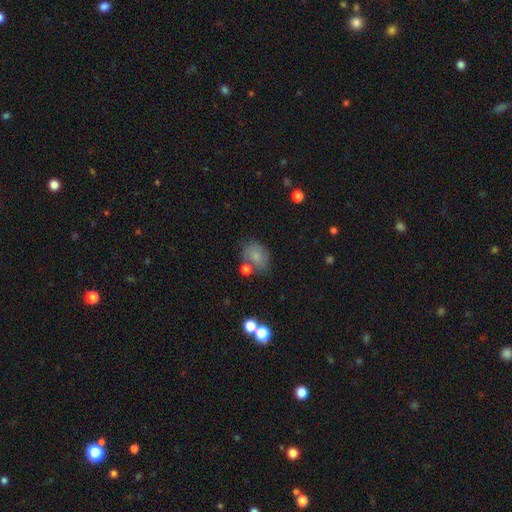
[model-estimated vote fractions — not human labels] Morphology: type=smooth (73%); roundness=round (51%); merging=none (56%).